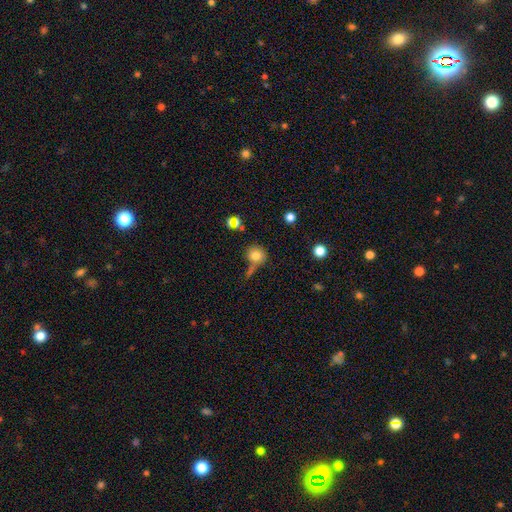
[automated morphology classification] Smooth or featured? Predicted: smooth (p=0.78). How rounded? Predicted: round (p=0.88). Merging? Predicted: none (p=0.57).